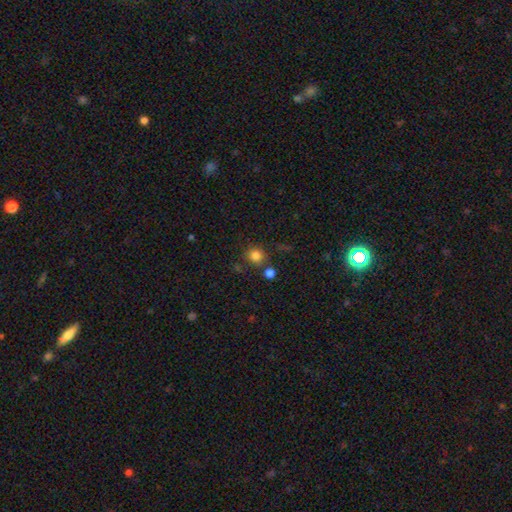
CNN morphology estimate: The model was most divided on "merging": none: 76%, merger: 11%, minor disturbance: 10%, major disturbance: 4%. More confident: how rounded — round (88%); smooth or featured — smooth (82%).